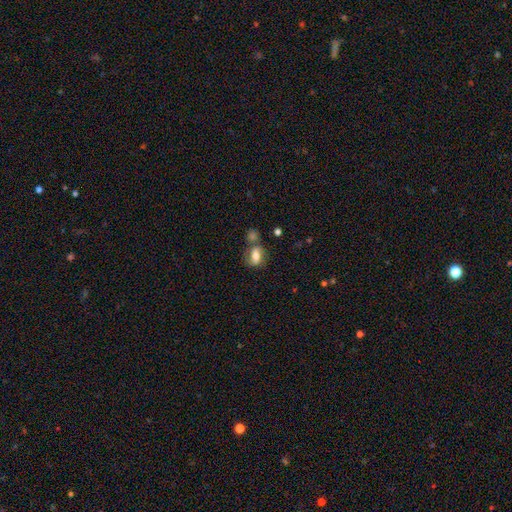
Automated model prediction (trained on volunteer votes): This appears to be a smooth galaxy with no disk features (66%) that is in between round and cigar-shaped (80%). Merging: none (44%).